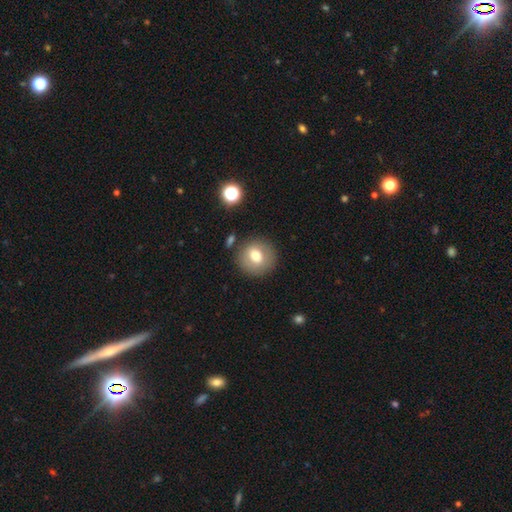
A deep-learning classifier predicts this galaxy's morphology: This is likely a smooth galaxy (73%). How rounded: clearly round (88%). Merging: clearly none (85%).